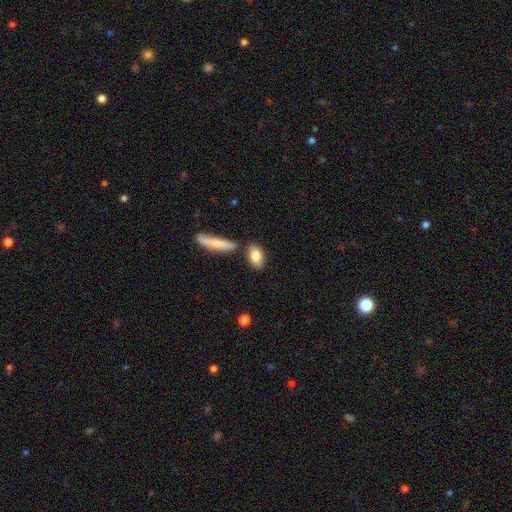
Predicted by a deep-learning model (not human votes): A smooth galaxy with no disk features (81%) that is in between round and cigar-shaped (86%).

Vote fractions:
- Smooth or featured? smooth: 81% / featured or disk: 12% / star or artifact: 7%
- How rounded? in between: 86% / cigar-shaped: 8% / round: 6%
- Merging? none: 74% / merger: 12% / minor disturbance: 11% / major disturbance: 3%